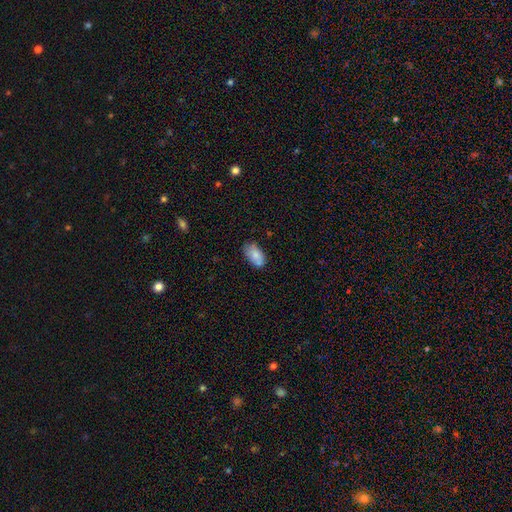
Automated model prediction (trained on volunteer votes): This is likely a smooth galaxy (80%). How rounded: clearly in between (93%). Merging: likely none (69%).